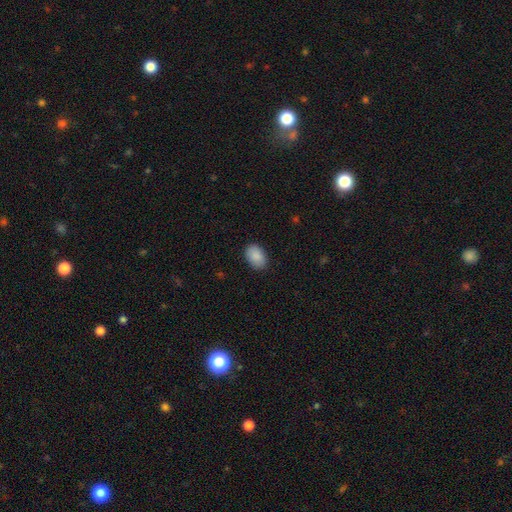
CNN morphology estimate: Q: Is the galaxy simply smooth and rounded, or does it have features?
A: smooth — 90%.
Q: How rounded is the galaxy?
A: in between — 89%.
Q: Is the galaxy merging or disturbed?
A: none — 87%.